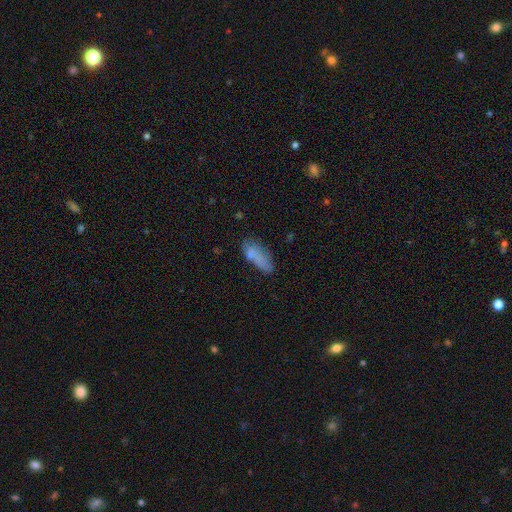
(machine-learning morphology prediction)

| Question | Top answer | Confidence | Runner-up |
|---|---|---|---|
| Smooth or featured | smooth | 74% | featured or disk (16%) |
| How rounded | in between | 72% | cigar-shaped (25%) |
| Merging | none | 54% | minor disturbance (26%) |